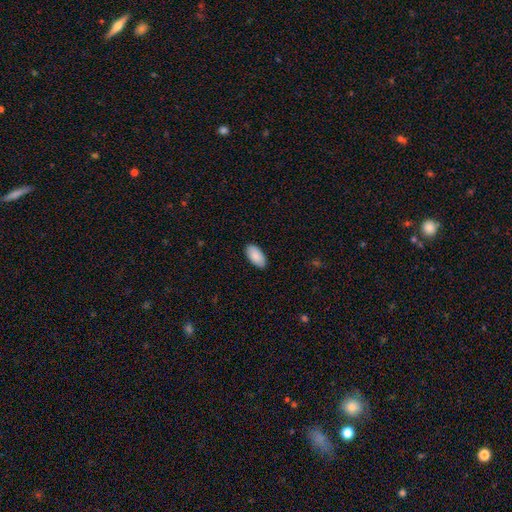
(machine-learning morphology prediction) Smooth or featured? Predicted: smooth (p=0.90). How rounded? Predicted: in between (p=0.96). Merging? Predicted: none (p=0.87).